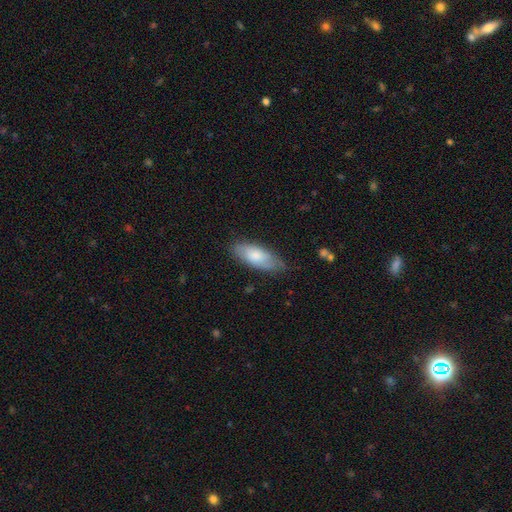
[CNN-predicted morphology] Q: Smooth or featured?
A: smooth (75%); runner-up: featured or disk (20%)
Q: How rounded?
A: in between (78%); runner-up: cigar-shaped (20%)
Q: Merging?
A: none (73%); runner-up: minor disturbance (22%)